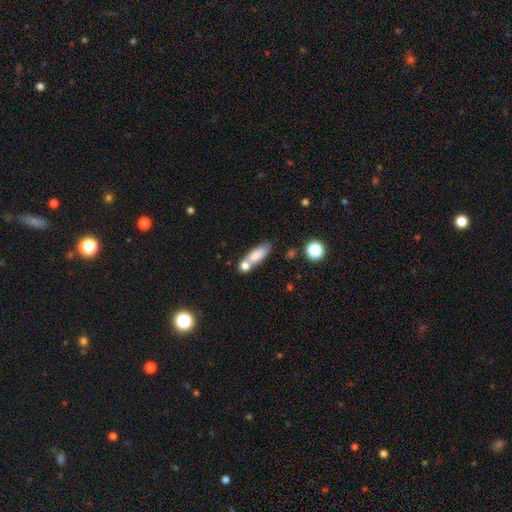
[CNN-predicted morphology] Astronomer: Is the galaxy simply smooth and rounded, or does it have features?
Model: smooth — 76%.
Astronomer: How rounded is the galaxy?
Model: in between — 58% (runner-up: cigar-shaped, 37%).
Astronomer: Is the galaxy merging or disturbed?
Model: none — 44% (runner-up: merger, 37%).